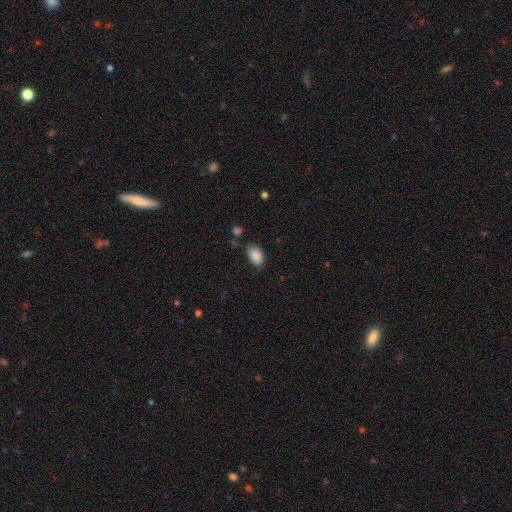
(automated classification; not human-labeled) Overall: smooth (89%). How rounded: in between (92%). Merging: none (78%).